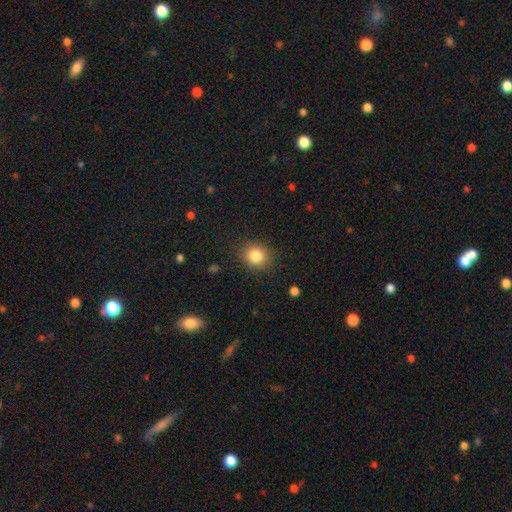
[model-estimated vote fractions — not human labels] The model was most divided on "how rounded": round: 75%, in between: 24%, cigar-shaped: 1%. More confident: merging — none (86%); smooth or featured — smooth (84%).